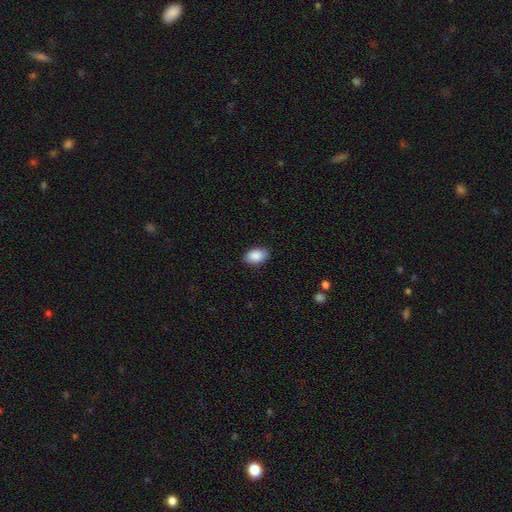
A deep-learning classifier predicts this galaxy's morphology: Overall: smooth (89%). How rounded: in between (90%). Merging: none (87%).